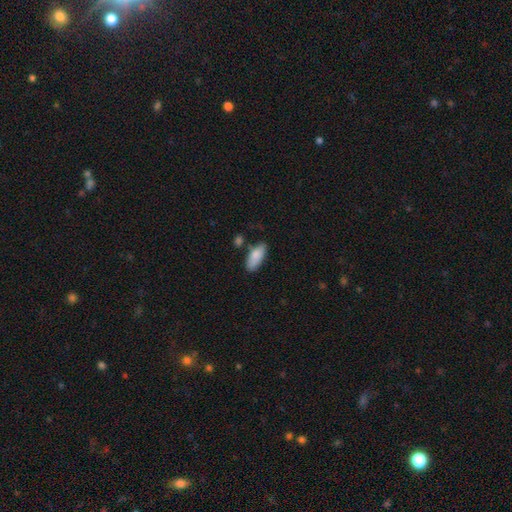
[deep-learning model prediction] smooth-or-featured: smooth: 85% | featured or disk: 9% | star or artifact: 6%
  how-rounded: in between: 82% | cigar-shaped: 16% | round: 2%
  merging: none: 70% | minor disturbance: 19% | merger: 7% | major disturbance: 4%